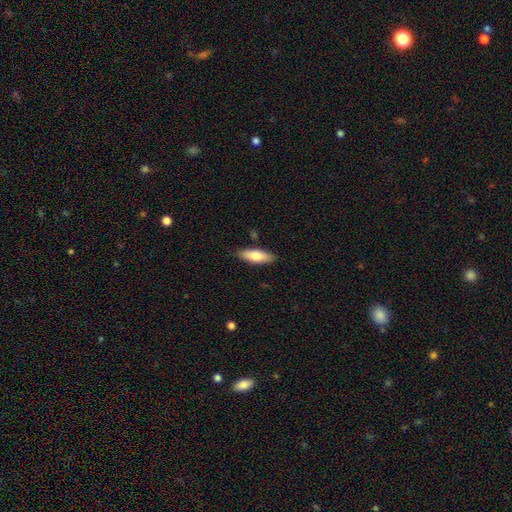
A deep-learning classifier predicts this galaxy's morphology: type=smooth (72%); roundness=in between (63%); merging=none (86%).